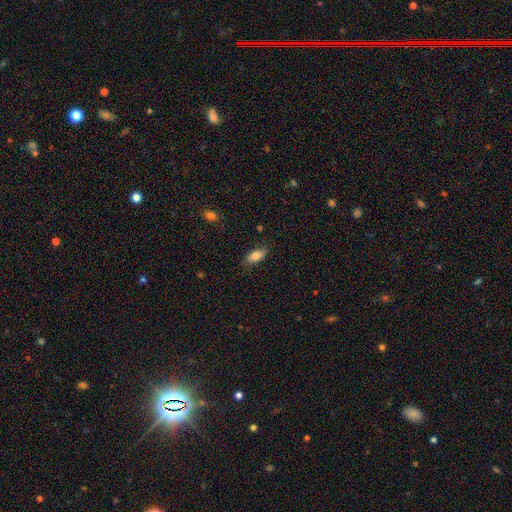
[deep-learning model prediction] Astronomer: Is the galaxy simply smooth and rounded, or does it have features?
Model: smooth — 81%.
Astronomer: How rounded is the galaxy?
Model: in between — 87%.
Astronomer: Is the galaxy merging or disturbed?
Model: none — 81%.